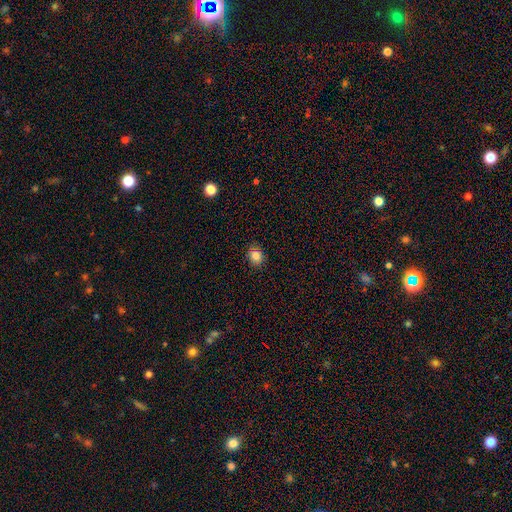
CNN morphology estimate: Smooth or featured? smooth (83%)
How rounded? round (54%)
Merging? none (88%)